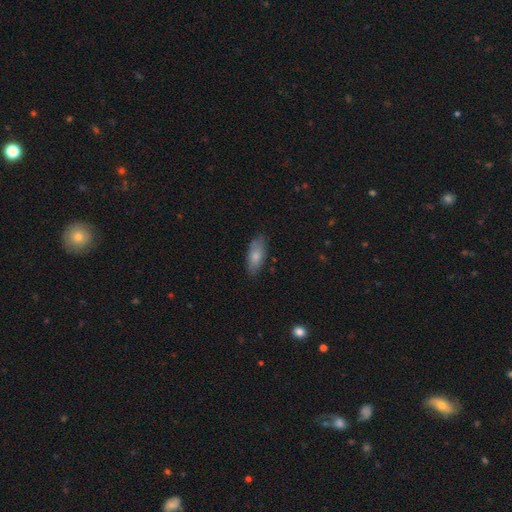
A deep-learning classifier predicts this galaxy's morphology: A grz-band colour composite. It shows a smooth galaxy with no disk features (76%) that is in between round and cigar-shaped (82%). Merging: none (76%).